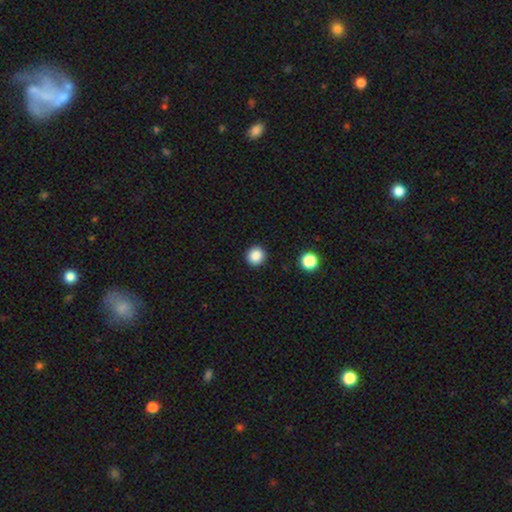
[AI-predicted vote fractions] Smooth or featured? smooth (87%)
How rounded? round (93%)
Merging? none (92%)